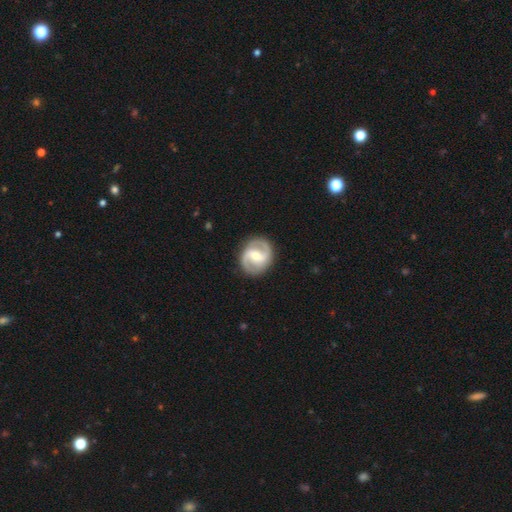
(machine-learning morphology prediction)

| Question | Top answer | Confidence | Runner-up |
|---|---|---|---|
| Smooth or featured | featured or disk | 87% | smooth (9%) |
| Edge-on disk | no | 98% | yes (2%) |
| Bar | weak | 48% | strong (32%) |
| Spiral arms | yes | 96% | no (4%) |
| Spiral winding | medium | 54% | tight (29%) |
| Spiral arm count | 2 | 93% | can't tell (3%) |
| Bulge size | moderate | 55% | small (39%) |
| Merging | none | 88% | minor disturbance (8%) |